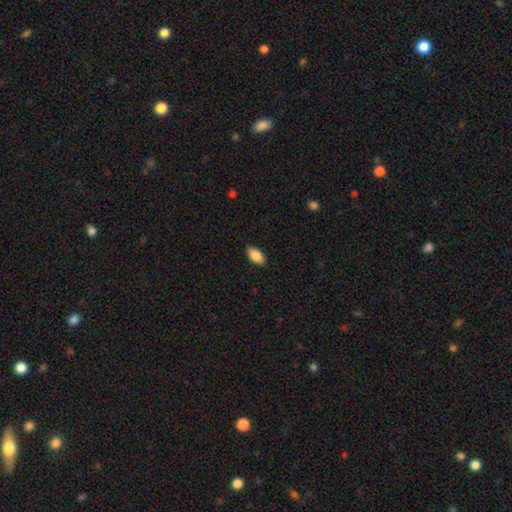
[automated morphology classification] Q: Smooth or featured?
A: smooth (86%); runner-up: featured or disk (7%)
Q: How rounded?
A: in between (91%); runner-up: cigar-shaped (6%)
Q: Merging?
A: none (87%); runner-up: minor disturbance (10%)